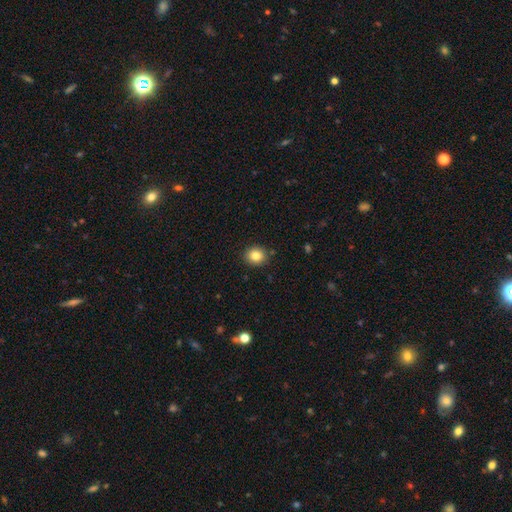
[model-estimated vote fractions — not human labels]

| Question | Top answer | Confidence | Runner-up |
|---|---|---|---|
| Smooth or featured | smooth | 83% | star or artifact (10%) |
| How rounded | round | 77% | in between (22%) |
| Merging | none | 89% | minor disturbance (8%) |